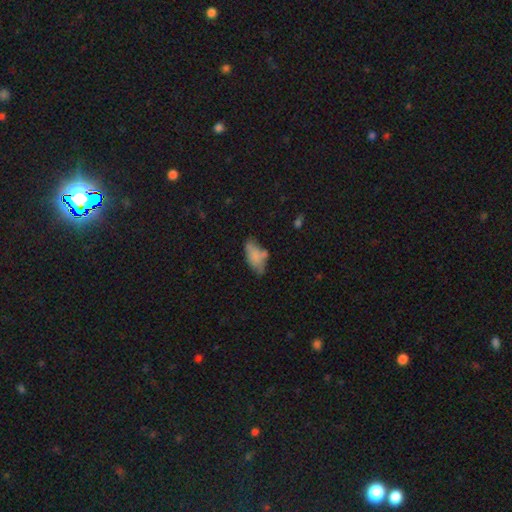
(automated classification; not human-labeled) Smooth or featured? smooth (72%)
How rounded? in between (89%)
Merging? none (44%)